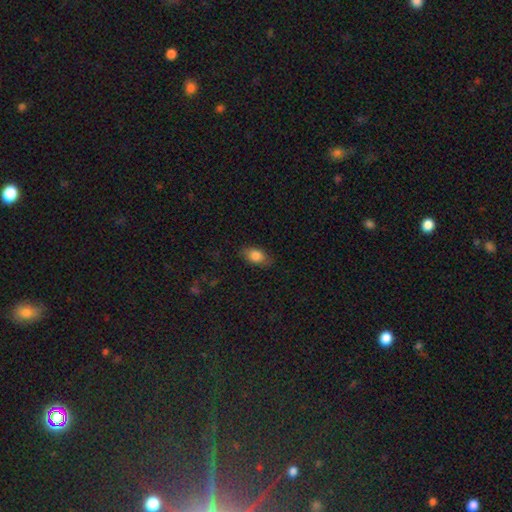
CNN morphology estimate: Overall: smooth (82%). How rounded: in between (87%). Merging: none (82%).